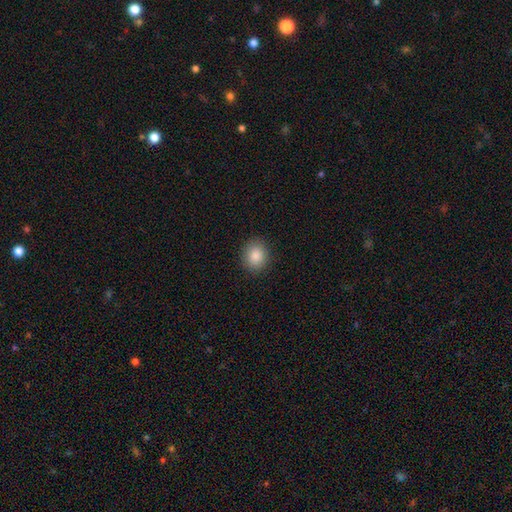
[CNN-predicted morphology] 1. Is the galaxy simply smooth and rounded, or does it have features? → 87% smooth, 9% star or artifact, 5% featured or disk.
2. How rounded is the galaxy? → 67% round, 32% in between, 1% cigar-shaped.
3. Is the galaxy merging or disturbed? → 90% none, 7% minor disturbance, 2% major disturbance, 1% merger.